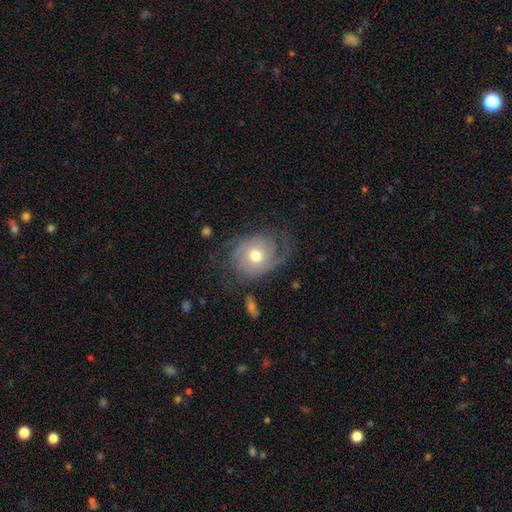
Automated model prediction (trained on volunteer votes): The model was most divided on "spiral arm count": 2: 37%, can't tell: 30%, 1: 13%, 3: 12%, 4: 4%, more than 4: 4%. Remaining: edge-on disk — no (96%); spiral arms — yes (85%); bar — no (77%); bulge size — moderate (74%); smooth or featured — featured or disk (69%); merging — none (54%); spiral winding — tight (44%).